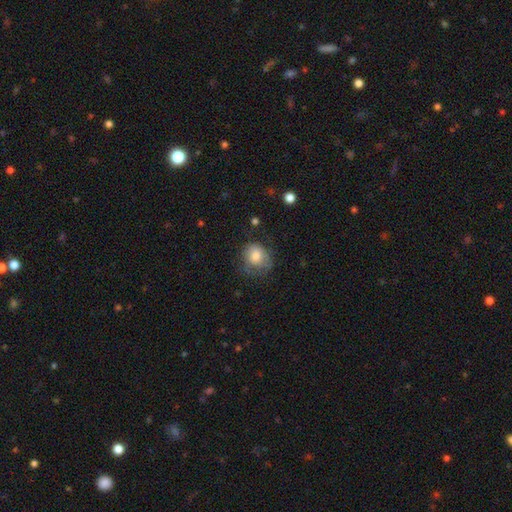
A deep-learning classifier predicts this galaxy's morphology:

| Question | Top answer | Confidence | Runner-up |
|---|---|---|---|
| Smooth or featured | smooth | 76% | featured or disk (16%) |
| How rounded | round | 71% | in between (28%) |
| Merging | none | 54% | minor disturbance (29%) |